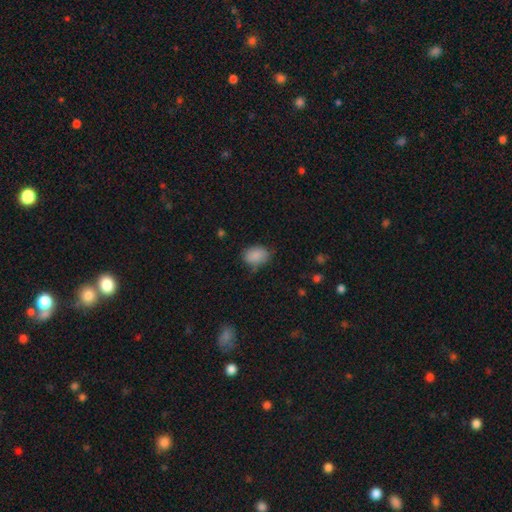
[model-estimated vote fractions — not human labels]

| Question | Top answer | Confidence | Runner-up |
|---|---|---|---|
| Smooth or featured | smooth | 87% | star or artifact (8%) |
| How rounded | in between | 72% | round (26%) |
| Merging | none | 71% | minor disturbance (23%) |